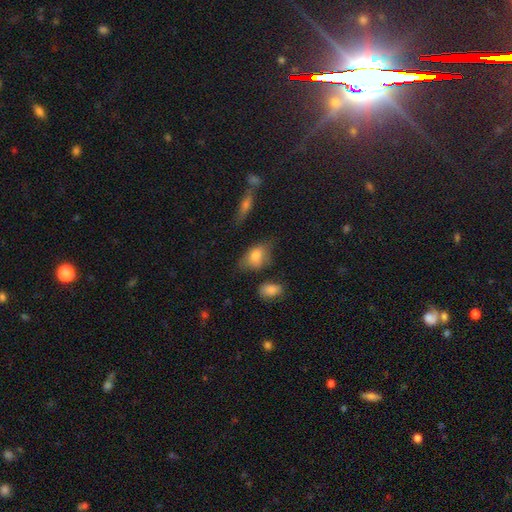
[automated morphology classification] smooth_or_featured: smooth (p=0.77) [alt: featured or disk p=0.15]
how_rounded: in between (p=0.86) [alt: round p=0.12]
merging: none (p=0.51) [alt: minor disturbance p=0.31]